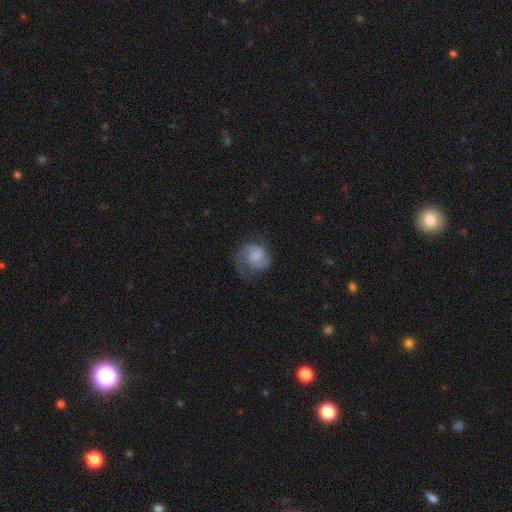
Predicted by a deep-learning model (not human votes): A featured or disk galaxy (71%) with no bar (54%), 2 (76%) medium (48%) spiral arms (94%) and no central bulge (44%).

Vote fractions:
- Smooth or featured? featured or disk: 71% / smooth: 22% / star or artifact: 7%
- Edge-on disk? no: 98% / yes: 2%
- Bar? no: 54% / weak: 39% / strong: 7%
- Spiral arms? yes: 94% / no: 6%
- Spiral winding? medium: 48% / tight: 33% / loose: 19%
- Spiral arm count? 2: 76% / can't tell: 8% / 3: 7% / 1: 6% / 4: 2% / more than 4: 2%
- Bulge size? none: 44% / small: 23% / moderate: 19% / large: 11% / dominant: 2%
- Merging? none: 63% / minor disturbance: 21% / major disturbance: 15% / merger: 1%